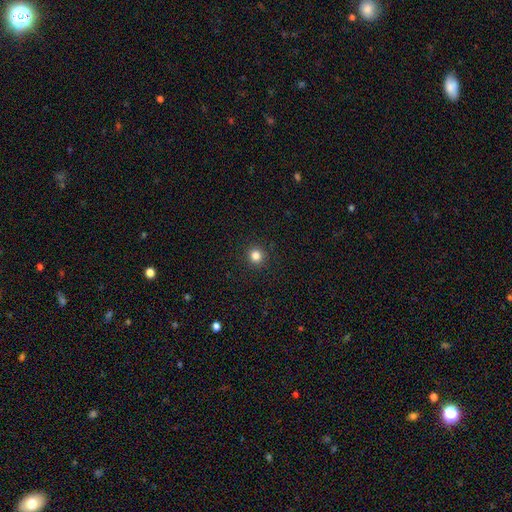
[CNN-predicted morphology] The model was most divided on "smooth or featured": smooth: 83%, star or artifact: 13%, featured or disk: 4%. More confident: how rounded — round (95%); merging — none (93%).